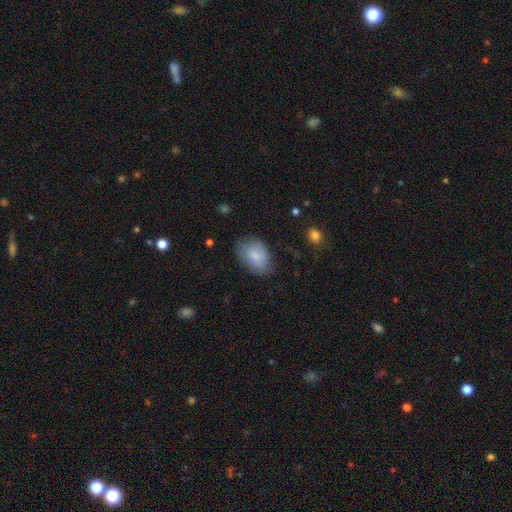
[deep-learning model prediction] Smooth or featured? smooth (74%)
How rounded? in between (84%)
Merging? none (63%)